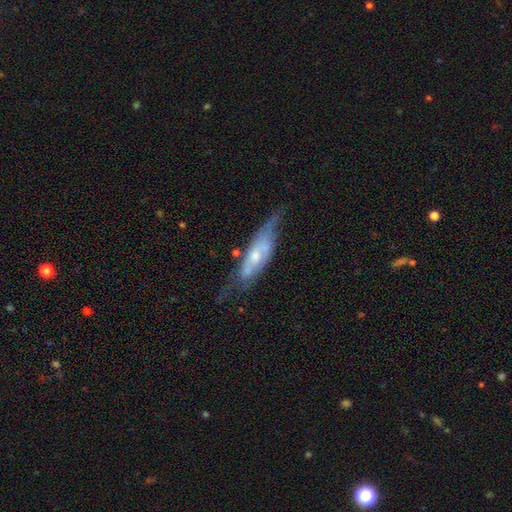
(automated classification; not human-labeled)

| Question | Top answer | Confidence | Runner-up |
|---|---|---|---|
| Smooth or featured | featured or disk | 64% | smooth (30%) |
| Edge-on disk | no | 64% | yes (36%) |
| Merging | none | 45% | minor disturbance (31%) |